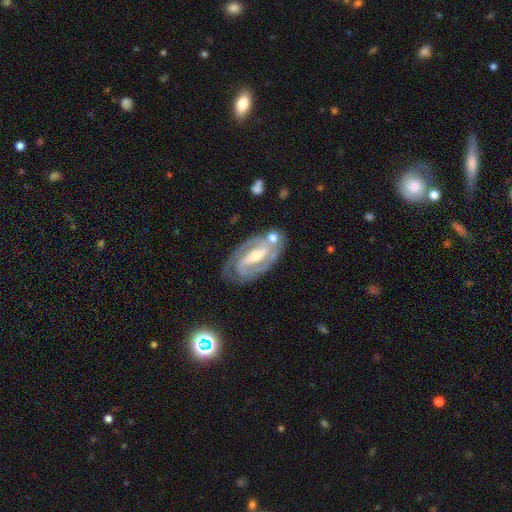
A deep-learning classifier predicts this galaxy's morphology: smooth-or-featured: featured or disk: 89% | smooth: 7% | star or artifact: 5%
  disk-edge-on: no: 95% | yes: 5%
    bar: strong: 57% | weak: 30% | no: 14%
    has-spiral-arms: yes: 96% | no: 4%
      spiral-winding: tight: 51% | medium: 40% | loose: 8%
      spiral-arm-count: 2: 87% | can't tell: 5% | 3: 4% | 1: 3% | 4: 1% | more than 4: 1%
    bulge-size: moderate: 48% | small: 46% | large: 3% | none: 2% | dominant: 1%
  merging: none: 75% | minor disturbance: 14% | merger: 6% | major disturbance: 5%